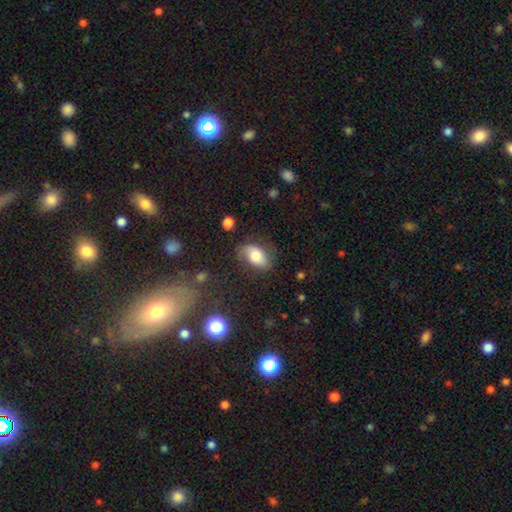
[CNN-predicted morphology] Q: Smooth or featured?
A: smooth (62%); runner-up: featured or disk (29%)
Q: How rounded?
A: in between (89%); runner-up: round (9%)
Q: Merging?
A: none (64%); runner-up: minor disturbance (24%)